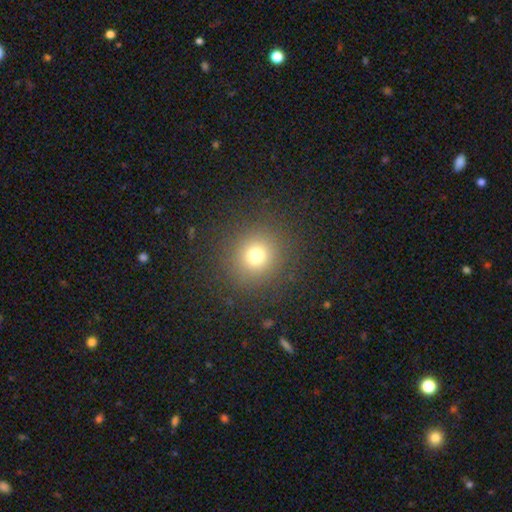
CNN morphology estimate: This appears to be a smooth galaxy with no disk features (72%) that is round (92%). Merging: none (88%).